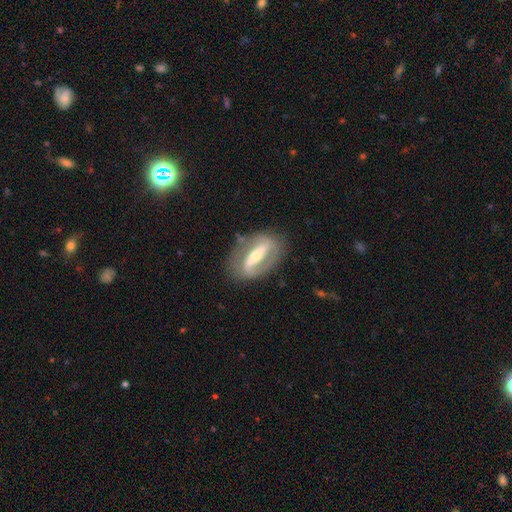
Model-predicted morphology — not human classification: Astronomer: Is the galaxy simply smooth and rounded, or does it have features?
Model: featured or disk — 82%.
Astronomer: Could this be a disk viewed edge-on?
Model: no — 90%.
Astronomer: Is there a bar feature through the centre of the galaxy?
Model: strong — 71%.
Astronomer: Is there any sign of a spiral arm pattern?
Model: yes — 76%.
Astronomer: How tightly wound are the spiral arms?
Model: medium — 40% (runner-up: tight, 34%).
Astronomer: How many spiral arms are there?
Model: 2 — 78%.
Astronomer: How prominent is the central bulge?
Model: moderate — 54% (runner-up: small, 39%).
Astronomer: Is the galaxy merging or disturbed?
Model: none — 76%.